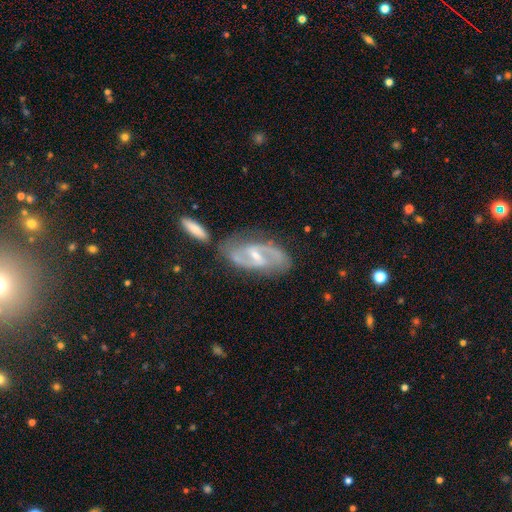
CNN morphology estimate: The model was most divided on "bar": weak: 44%, strong: 38%, no: 18%. More confident: edge-on disk — no (94%); spiral arms — yes (93%); spiral arm count — 2 (90%); smooth or featured — featured or disk (85%); merging — none (72%); bulge size — small (61%); spiral winding — medium (52%).